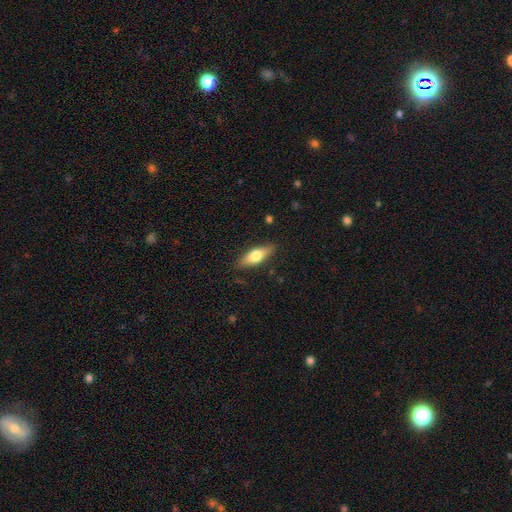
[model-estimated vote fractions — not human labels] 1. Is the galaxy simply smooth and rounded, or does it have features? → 59% smooth, 35% featured or disk, 6% star or artifact.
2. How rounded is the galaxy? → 60% in between, 37% cigar-shaped, 3% round.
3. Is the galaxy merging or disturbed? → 86% none, 11% minor disturbance, 2% major disturbance, 1% merger.